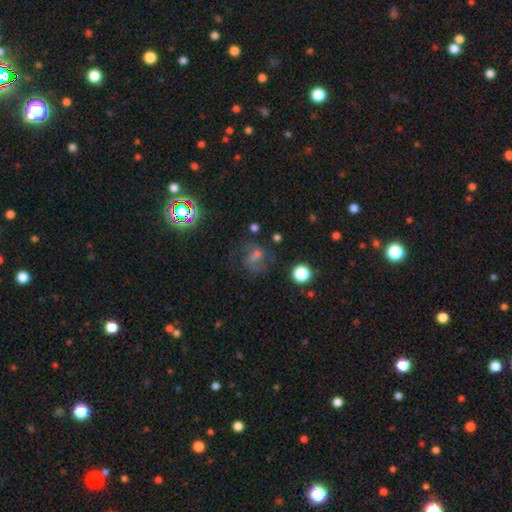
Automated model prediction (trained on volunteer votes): Smooth or featured: featured or disk — 38% (star or artifact — 32%)
Merging: none — 63% (minor disturbance — 18%)